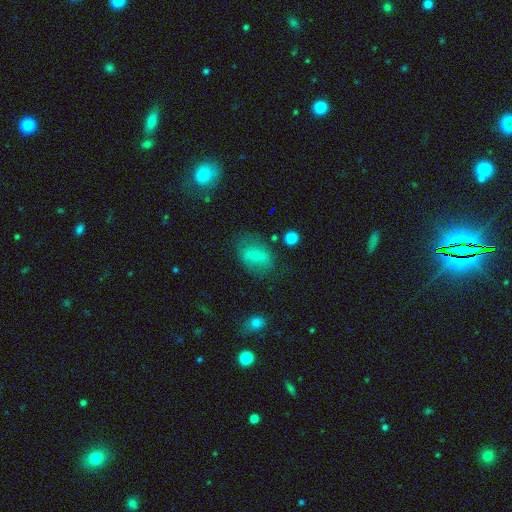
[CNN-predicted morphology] The model was most divided on "smooth or featured": smooth: 59%, featured or disk: 31%, star or artifact: 10%. More confident: how rounded — in between (80%); merging — none (63%).